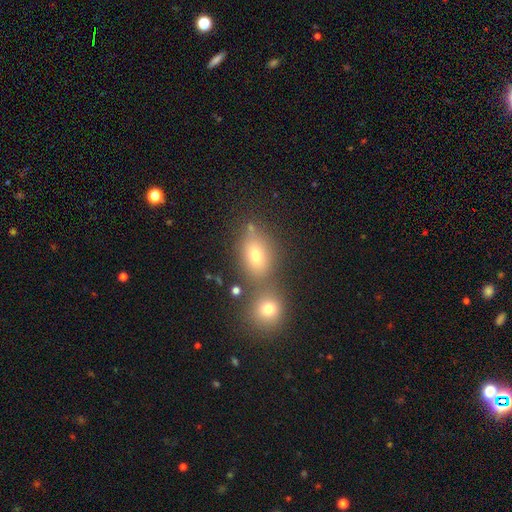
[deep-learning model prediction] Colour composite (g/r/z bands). It shows a smooth galaxy with no disk features (69%) that is in between round and cigar-shaped (64%). Merging: none (53%).